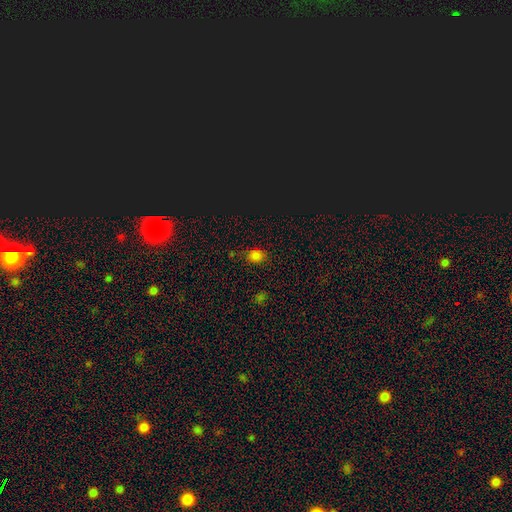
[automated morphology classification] This is likely a smooth galaxy (72%). How rounded: possibly in between (53%). Merging: likely none (74%).